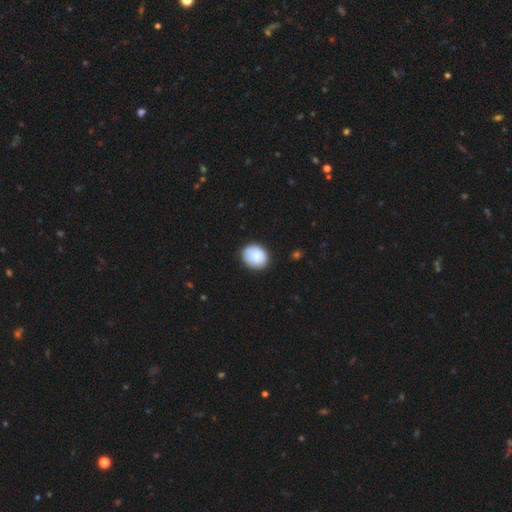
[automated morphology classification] Smooth or featured? smooth (85%)
How rounded? round (61%)
Merging? none (82%)